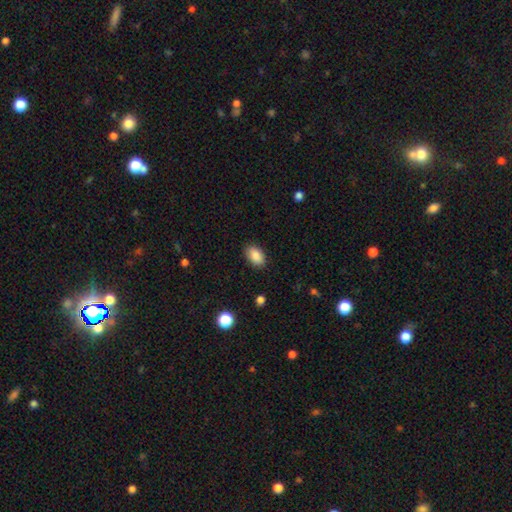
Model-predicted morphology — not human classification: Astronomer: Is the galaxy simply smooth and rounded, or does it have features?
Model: smooth — 88%.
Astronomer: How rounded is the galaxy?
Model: in between — 90%.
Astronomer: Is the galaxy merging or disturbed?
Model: none — 87%.